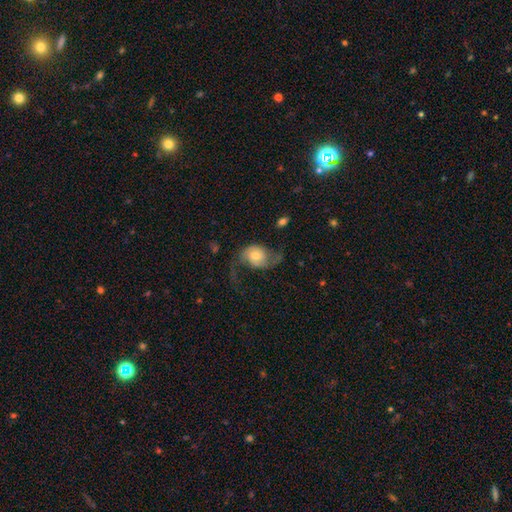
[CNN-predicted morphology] Smooth or featured? Predicted: featured or disk (p=0.69). Edge-on disk? Predicted: no (p=0.97). Bar? Predicted: no (p=0.69). Spiral arms? Predicted: yes (p=0.92). Spiral winding? Predicted: loose (p=0.73). Spiral arm count? Predicted: 2 (p=0.85). Bulge size? Predicted: moderate (p=0.53). Merging? Predicted: none (p=0.49).